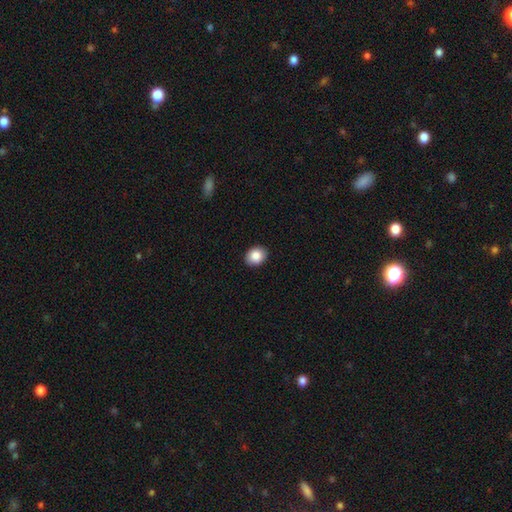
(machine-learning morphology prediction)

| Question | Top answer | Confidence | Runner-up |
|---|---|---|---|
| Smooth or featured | smooth | 86% | star or artifact (8%) |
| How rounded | round | 50% | in between (49%) |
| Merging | none | 91% | minor disturbance (7%) |